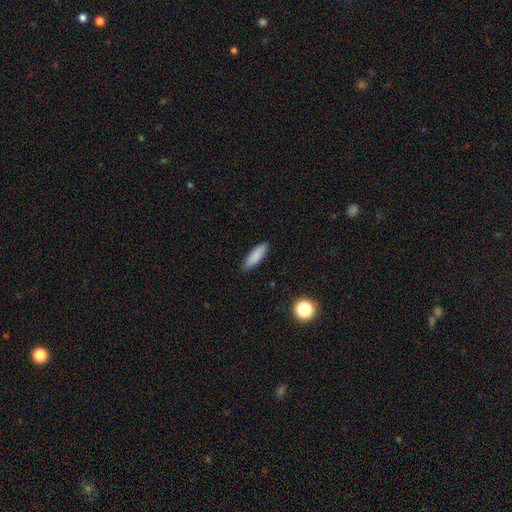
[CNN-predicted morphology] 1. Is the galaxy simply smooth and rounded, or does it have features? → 86% smooth, 7% featured or disk, 7% star or artifact.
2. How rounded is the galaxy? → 56% cigar-shaped, 42% in between, 2% round.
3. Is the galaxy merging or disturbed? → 87% none, 10% minor disturbance, 2% major disturbance, 1% merger.